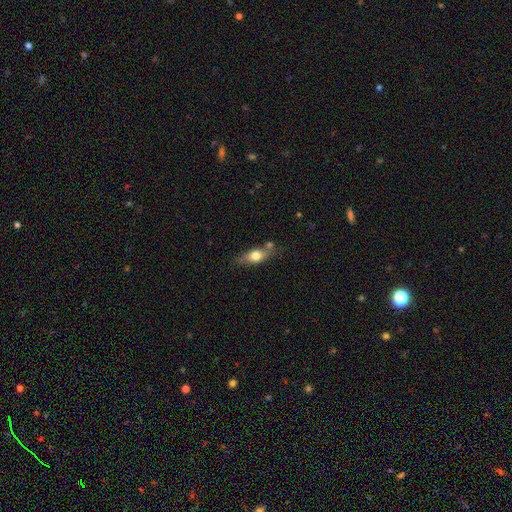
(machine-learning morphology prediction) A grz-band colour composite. It shows a smooth galaxy with no disk features (60%) that is in between round and cigar-shaped (61%). Merging: none (65%).